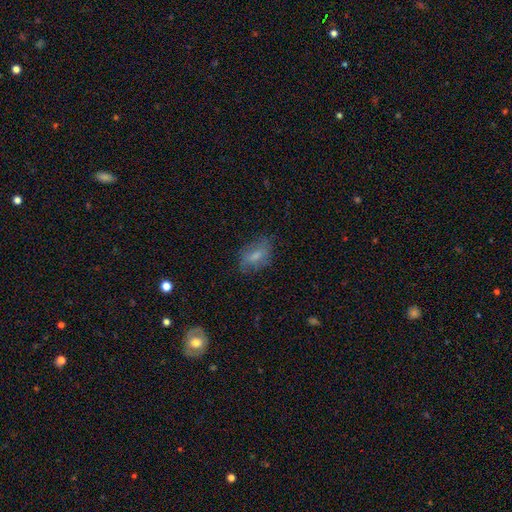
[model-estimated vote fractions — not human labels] smooth-or-featured: smooth: 70% | featured or disk: 21% | star or artifact: 9%
  how-rounded: in between: 85% | round: 11% | cigar-shaped: 4%
  merging: none: 69% | minor disturbance: 22% | major disturbance: 8% | merger: 1%